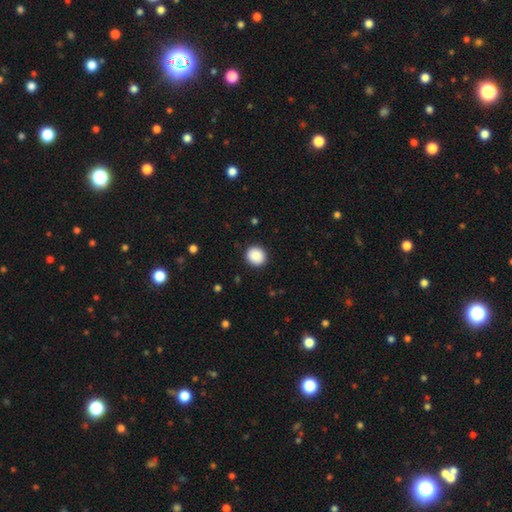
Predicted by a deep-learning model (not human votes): Smooth or featured? smooth (90%)
How rounded? round (87%)
Merging? none (91%)